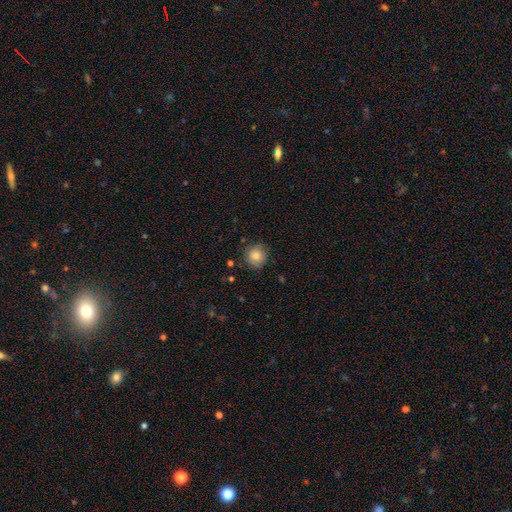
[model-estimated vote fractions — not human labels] Smooth or featured?
  - smooth: 81% *
  - featured or disk: 10%
  - star or artifact: 10%
How rounded?
  - round: 92% *
  - in between: 7%
  - cigar-shaped: 1%
Merging?
  - none: 83% *
  - minor disturbance: 13%
  - major disturbance: 3%
  - merger: 1%